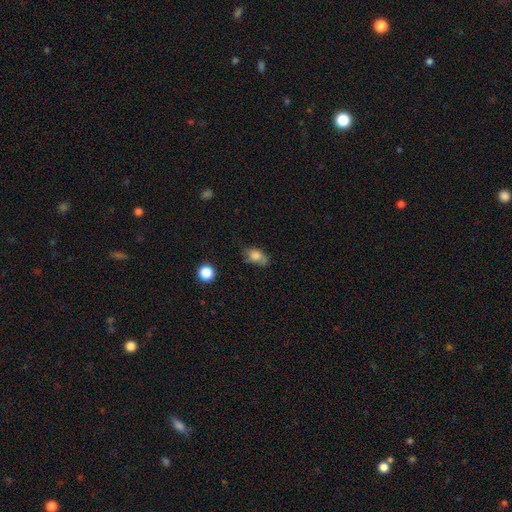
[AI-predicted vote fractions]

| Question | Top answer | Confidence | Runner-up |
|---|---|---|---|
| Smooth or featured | smooth | 74% | featured or disk (15%) |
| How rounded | in between | 82% | round (15%) |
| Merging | none | 50% | minor disturbance (32%) |